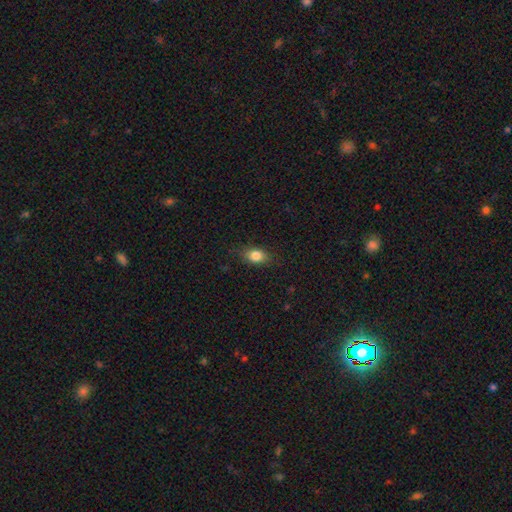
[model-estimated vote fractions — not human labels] smooth-or-featured: smooth: 82% | star or artifact: 9% | featured or disk: 9%
  how-rounded: in between: 69% | round: 27% | cigar-shaped: 3%
  merging: none: 82% | minor disturbance: 14% | major disturbance: 3% | merger: 1%